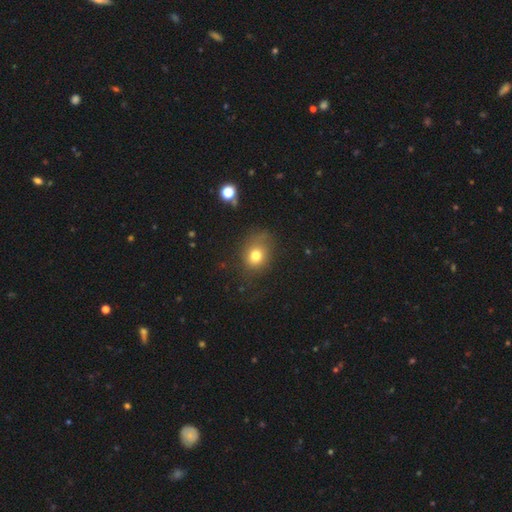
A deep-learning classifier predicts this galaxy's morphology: Smooth or featured? Predicted: smooth (p=0.75). How rounded? Predicted: round (p=0.60). Merging? Predicted: none (p=0.64).